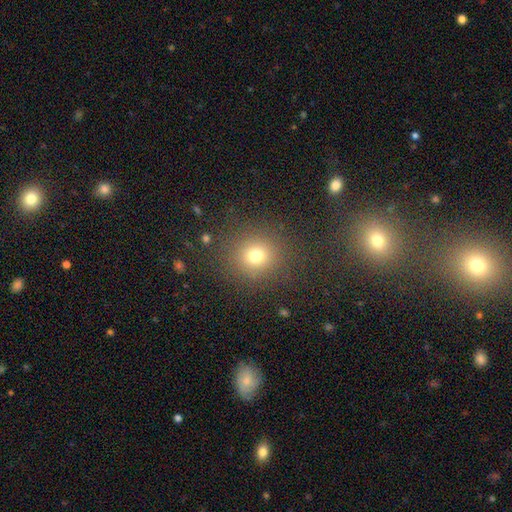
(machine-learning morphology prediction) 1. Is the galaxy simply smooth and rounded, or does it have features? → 74% smooth, 17% star or artifact, 8% featured or disk.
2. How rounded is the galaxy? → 89% round, 10% in between, 1% cigar-shaped.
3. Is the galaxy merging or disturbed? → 86% none, 8% minor disturbance, 5% major disturbance, 2% merger.